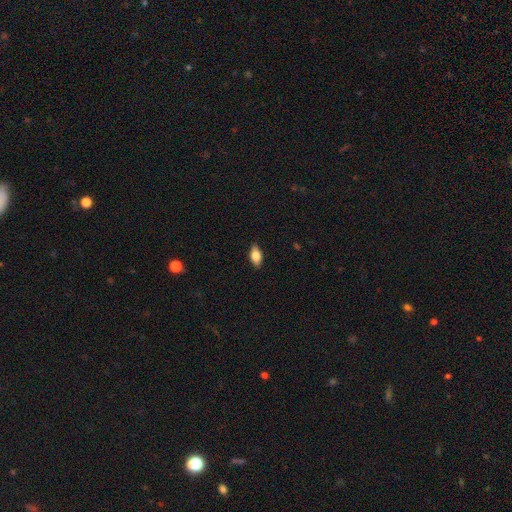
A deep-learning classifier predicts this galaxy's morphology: The model was most divided on "smooth or featured": smooth: 79%, featured or disk: 14%, star or artifact: 7%. More confident: how rounded — in between (88%); merging — none (87%).